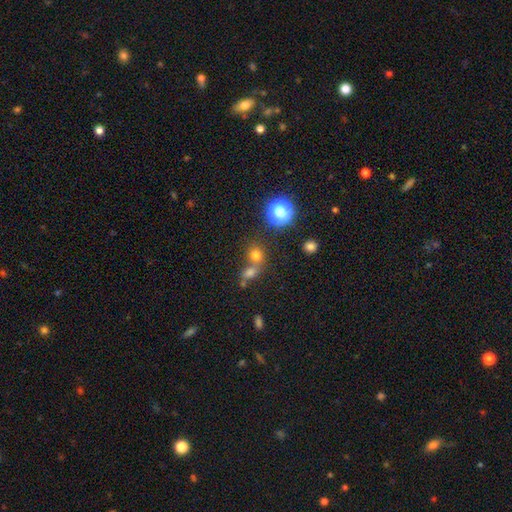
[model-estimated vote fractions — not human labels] smooth-or-featured: smooth: 69% | star or artifact: 22% | featured or disk: 9%
  how-rounded: round: 76% | in between: 23% | cigar-shaped: 1%
  merging: merger: 48% | none: 42% | minor disturbance: 7% | major disturbance: 4%